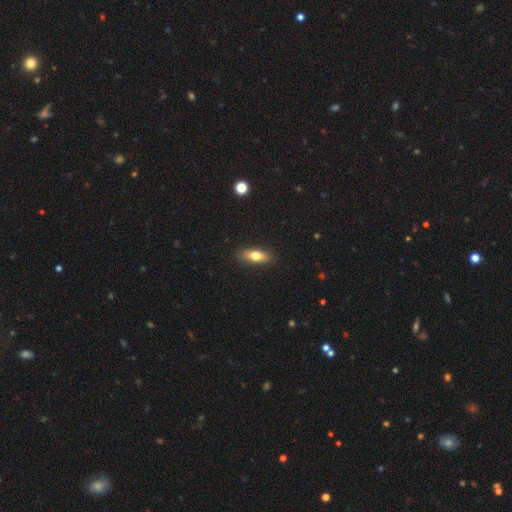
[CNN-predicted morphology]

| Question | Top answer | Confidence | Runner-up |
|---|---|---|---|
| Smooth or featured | smooth | 72% | featured or disk (21%) |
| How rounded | in between | 70% | cigar-shaped (26%) |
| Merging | none | 87% | minor disturbance (10%) |